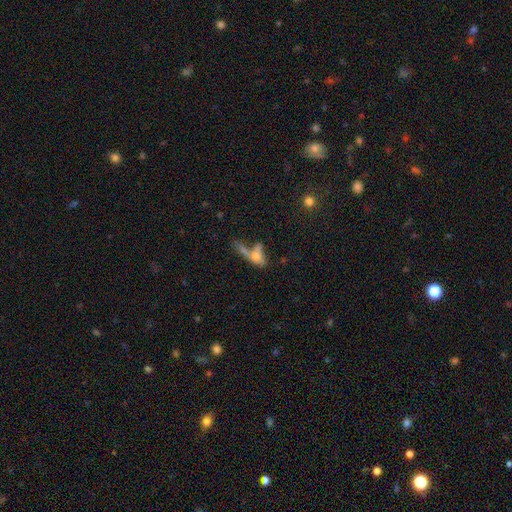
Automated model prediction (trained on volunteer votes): A smooth galaxy with no disk features (57%) that is in between round and cigar-shaped (59%). Merging: merger (43%).